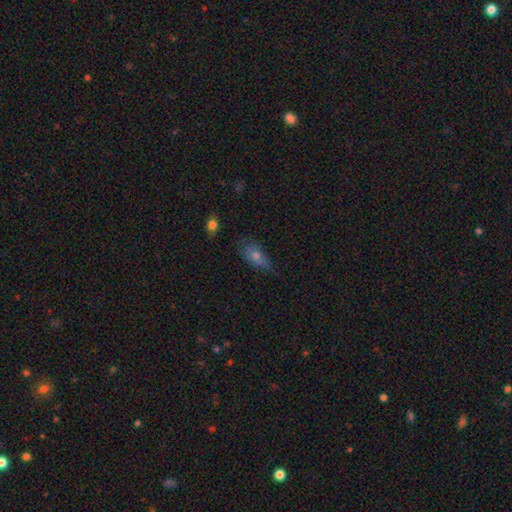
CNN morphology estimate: Smooth or featured: smooth — 61% (featured or disk — 25%)
How rounded: in between — 76% (cigar-shaped — 14%)
Merging: none — 58% (minor disturbance — 30%)